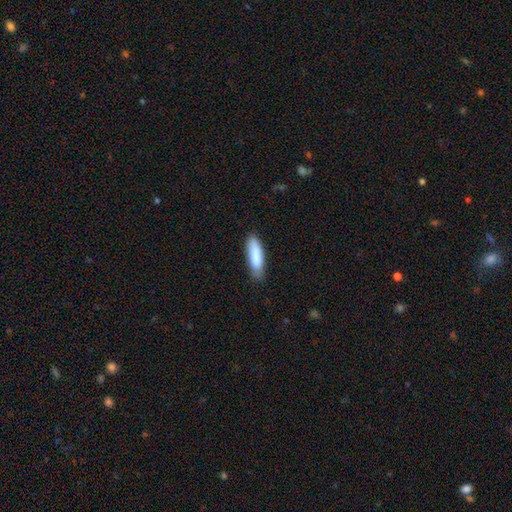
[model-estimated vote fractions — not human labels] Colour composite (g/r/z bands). It shows a smooth galaxy with no disk features (85%) that is cigar-shaped (55%). Merging: none (77%).